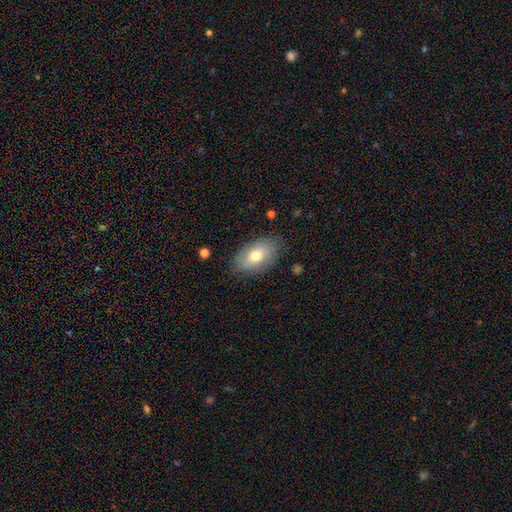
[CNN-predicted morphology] Q: Smooth or featured?
A: smooth (71%); runner-up: featured or disk (23%)
Q: How rounded?
A: in between (91%); runner-up: round (7%)
Q: Merging?
A: none (78%); runner-up: minor disturbance (17%)